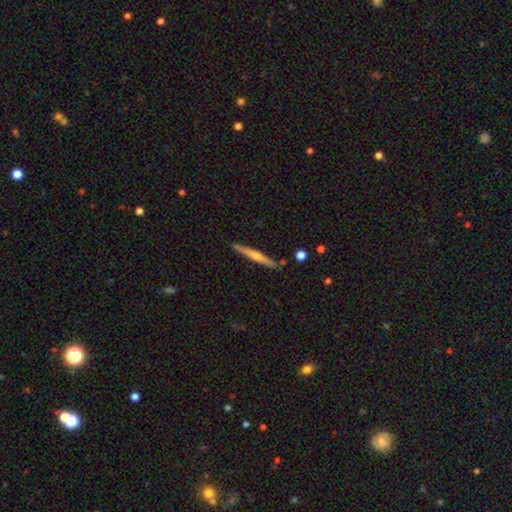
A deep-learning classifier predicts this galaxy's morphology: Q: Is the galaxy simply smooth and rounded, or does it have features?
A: featured or disk — 61%.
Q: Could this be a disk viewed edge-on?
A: yes — 97%.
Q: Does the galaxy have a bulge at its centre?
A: rounded — 77%.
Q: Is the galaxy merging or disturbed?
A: none — 89%.